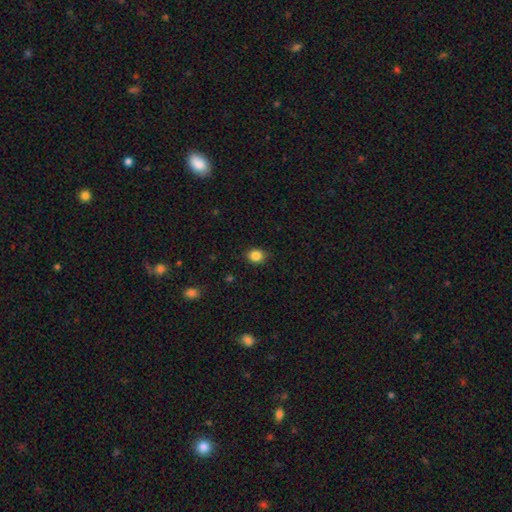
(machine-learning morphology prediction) Q: Smooth or featured?
A: smooth (85%); runner-up: star or artifact (10%)
Q: How rounded?
A: round (64%); runner-up: in between (35%)
Q: Merging?
A: none (87%); runner-up: minor disturbance (10%)